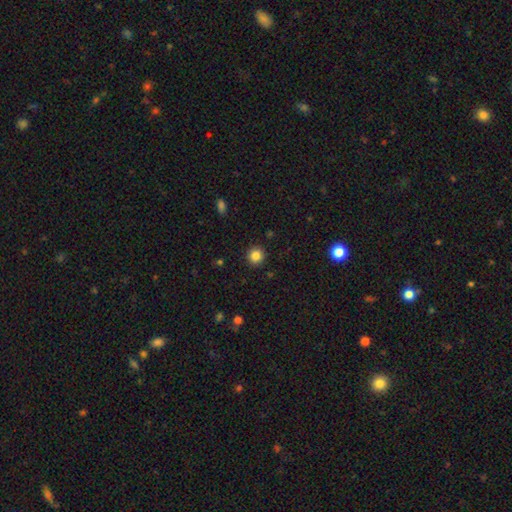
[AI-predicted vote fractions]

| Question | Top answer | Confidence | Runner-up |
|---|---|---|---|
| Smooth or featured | smooth | 83% | star or artifact (11%) |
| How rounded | round | 93% | in between (6%) |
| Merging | none | 91% | minor disturbance (6%) |